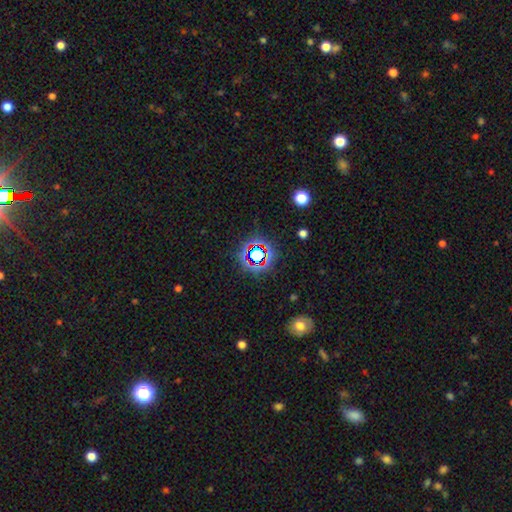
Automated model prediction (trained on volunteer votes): smooth_or_featured: star or artifact (p=0.70) [alt: smooth p=0.19]